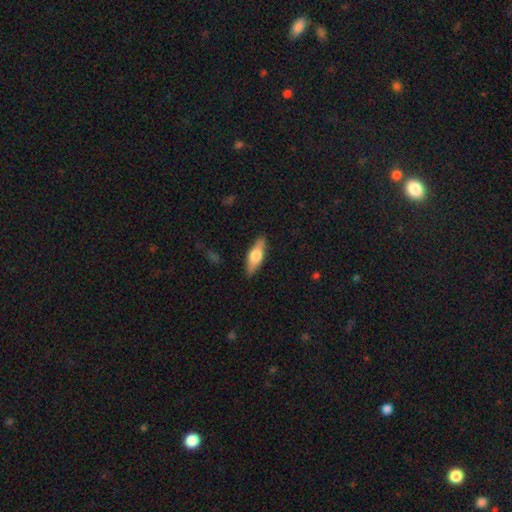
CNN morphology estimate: Overall: smooth (55%; featured or disk 39%). How rounded: in between (58%; cigar-shaped 39%). Merging: none (89%).